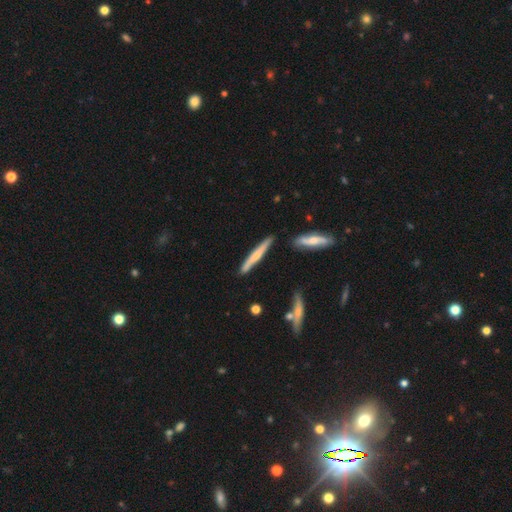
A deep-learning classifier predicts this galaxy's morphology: Smooth or featured? smooth (49%)
Merging? none (84%)